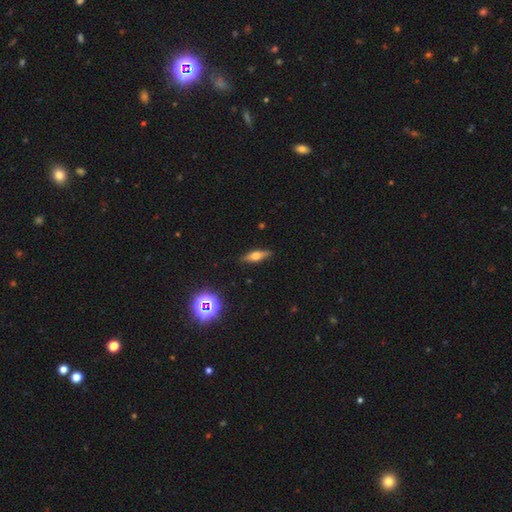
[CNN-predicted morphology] type=featured or disk (45%); merging=none (87%).